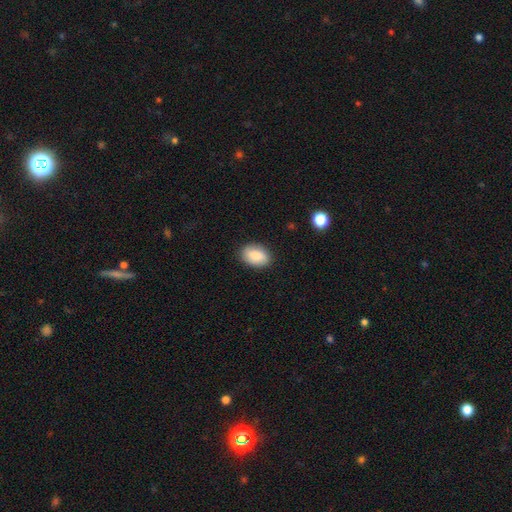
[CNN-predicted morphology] smooth_or_featured: smooth (p=0.87) [alt: star or artifact p=0.07]
how_rounded: in between (p=0.82) [alt: round p=0.17]
merging: none (p=0.85) [alt: minor disturbance p=0.11]